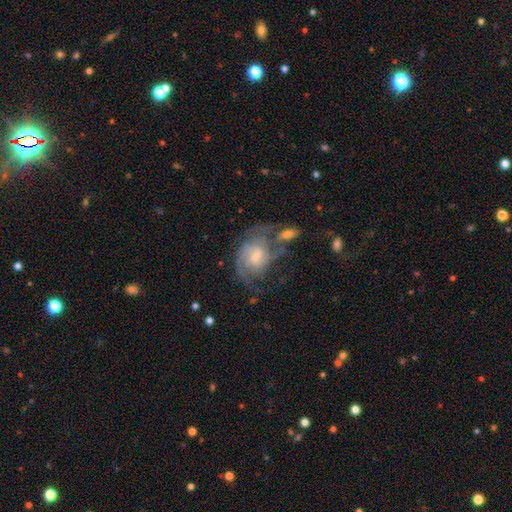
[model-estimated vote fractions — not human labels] smooth-or-featured: featured or disk: 79% | smooth: 14% | star or artifact: 7%
  disk-edge-on: no: 97% | yes: 3%
    bar: no: 54% | weak: 40% | strong: 7%
    has-spiral-arms: yes: 91% | no: 9%
      spiral-winding: tight: 47% | medium: 39% | loose: 15%
      spiral-arm-count: 2: 41% | can't tell: 32% | 3: 11% | 1: 9% | 4: 4% | more than 4: 3%
    bulge-size: moderate: 45% | small: 44% | large: 5% | none: 4% | dominant: 1%
  merging: none: 39% | merger: 22% | major disturbance: 21% | minor disturbance: 18%